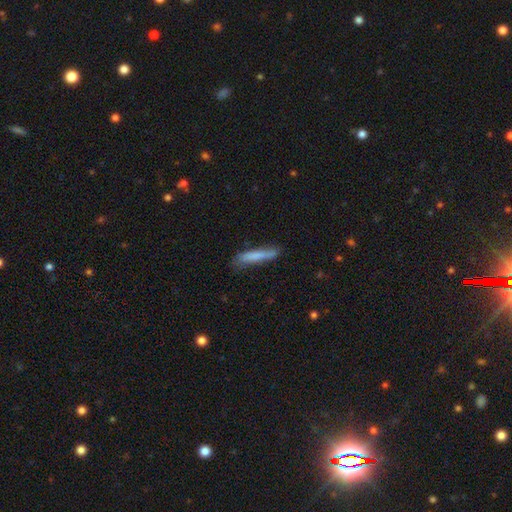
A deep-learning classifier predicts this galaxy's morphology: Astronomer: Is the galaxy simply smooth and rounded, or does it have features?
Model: smooth — 75%.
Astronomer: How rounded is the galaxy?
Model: cigar-shaped — 91%.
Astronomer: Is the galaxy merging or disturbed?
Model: none — 69%.